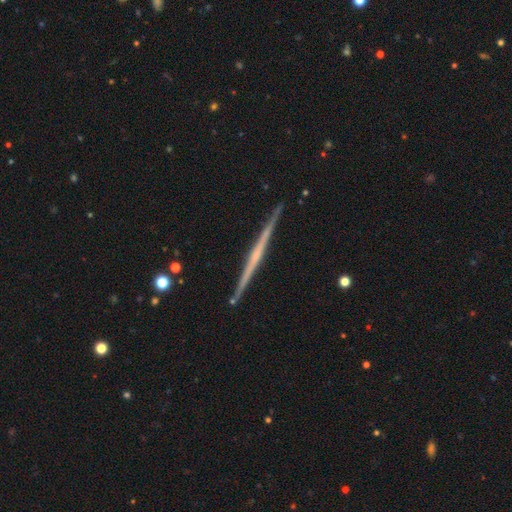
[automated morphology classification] type=featured or disk (77%); edge-on=yes (98%); edge-on bulge=none (68%); merging=none (92%).